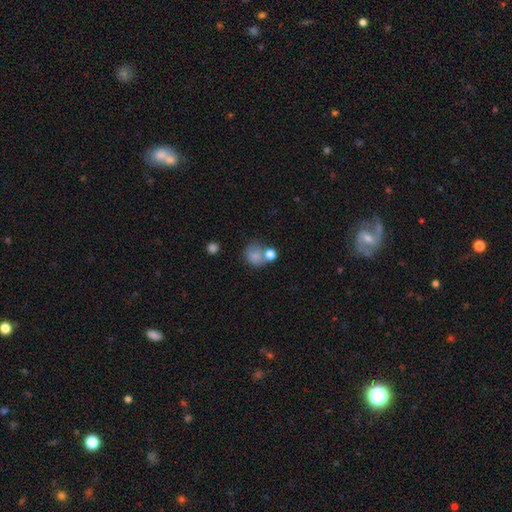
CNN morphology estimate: This is likely a smooth galaxy (77%). How rounded: likely round (75%). Merging: marginally none (44%).